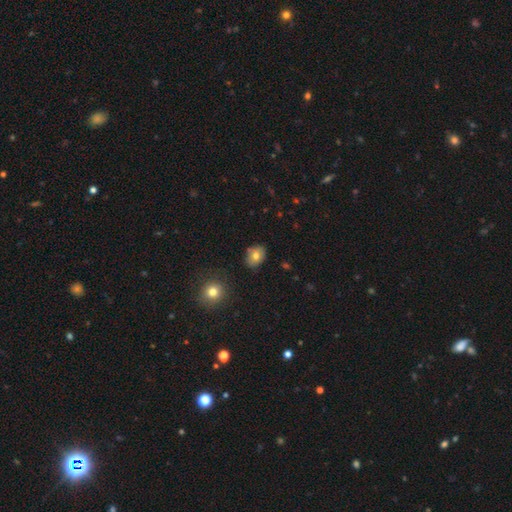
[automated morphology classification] A smooth galaxy with no disk features (74%) that is in between round and cigar-shaped (59%). Merging: none (79%).